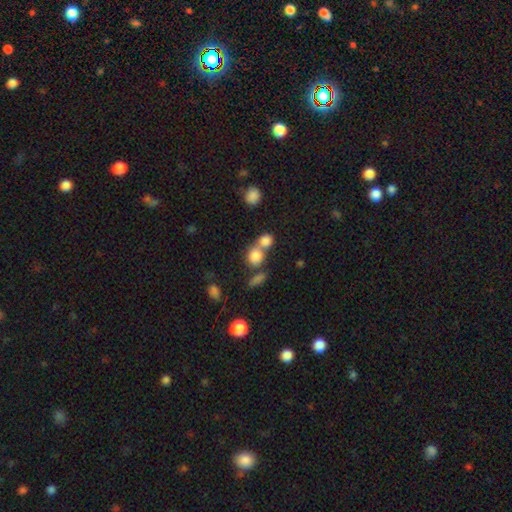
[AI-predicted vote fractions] smooth 80%, star or artifact 11%, featured or disk 9%. Down the decision tree: how rounded — round (78%); merging — merger (51%).